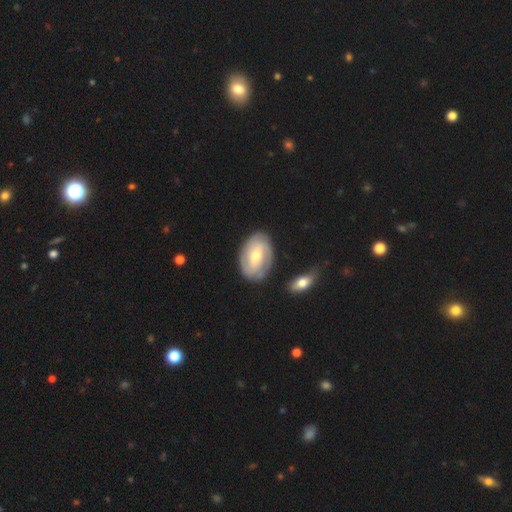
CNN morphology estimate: This is likely a featured or disk galaxy (74%). It is clearly not viewed edge-on (96%). Bar: marginally weak (44%). Spiral arm pattern: clearly yes (90%). Spiral arm count: marginally 2 (36%). Spiral winding: likely tight (60%). Central bulge: possibly moderate (57%). Merging: likely none (77%).